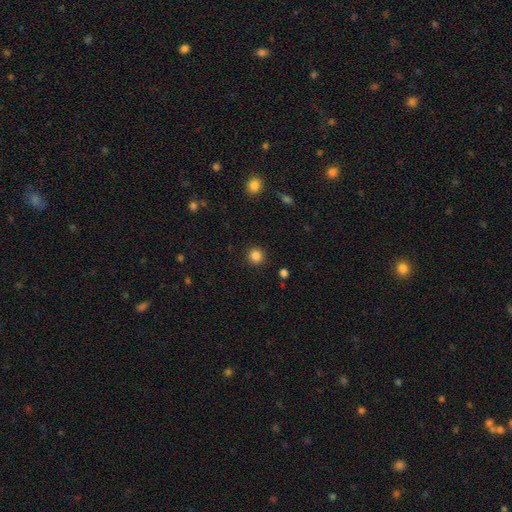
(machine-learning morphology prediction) This appears to be a smooth galaxy with no disk features (85%) that is round (94%). Merging: none (92%).